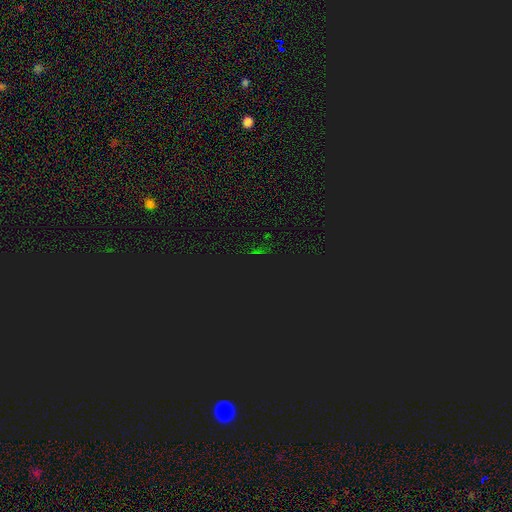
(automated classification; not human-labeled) smooth_or_featured: star or artifact (p=0.79) [alt: smooth p=0.13]